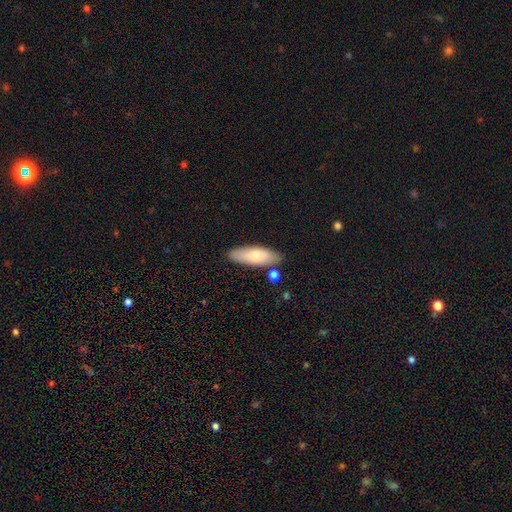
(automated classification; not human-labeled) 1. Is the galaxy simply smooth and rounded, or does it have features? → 75% smooth, 19% featured or disk, 6% star or artifact.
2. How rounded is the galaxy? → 60% in between, 38% cigar-shaped, 2% round.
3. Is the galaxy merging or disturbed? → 79% none, 13% minor disturbance, 6% merger, 3% major disturbance.